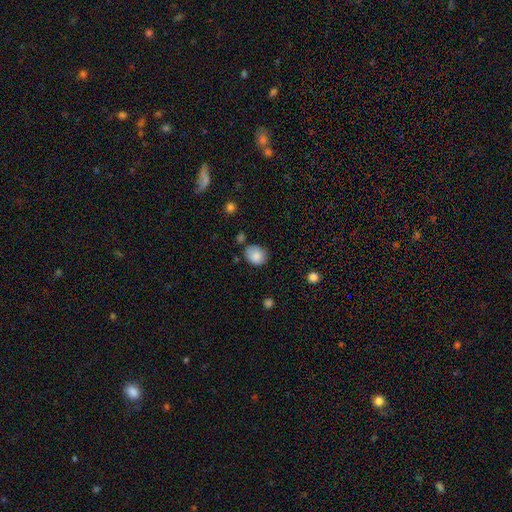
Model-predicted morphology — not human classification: A smooth galaxy with no disk features (85%) that is in between round and cigar-shaped (50%).

Vote fractions:
- Smooth or featured? smooth: 85% / star or artifact: 8% / featured or disk: 7%
- How rounded? in between: 50% / round: 49% / cigar-shaped: 1%
- Merging? none: 66% / minor disturbance: 24% / merger: 5% / major disturbance: 5%